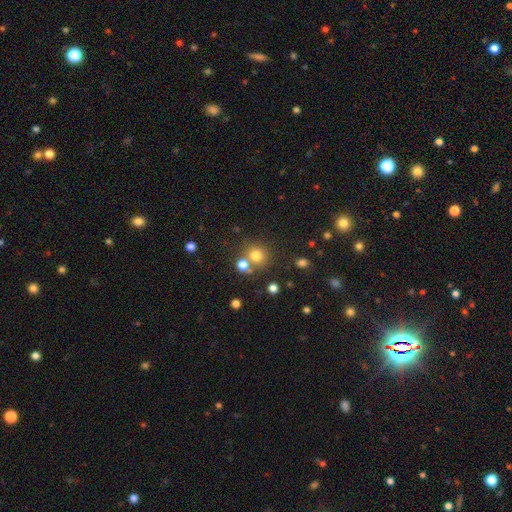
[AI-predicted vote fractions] A smooth galaxy with no disk features (75%) that is round (86%). Merging: none (64%).